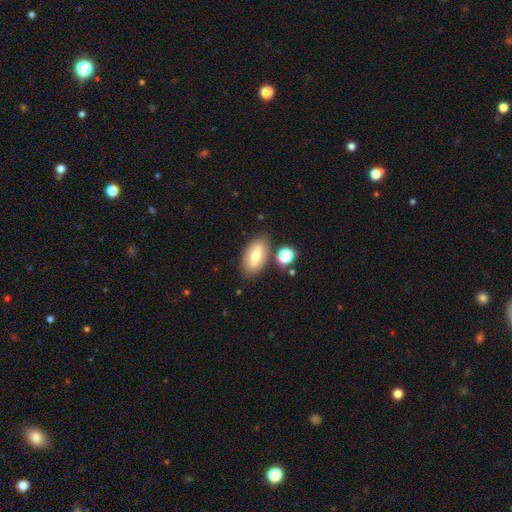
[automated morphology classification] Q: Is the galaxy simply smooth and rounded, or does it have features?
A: smooth — 64%.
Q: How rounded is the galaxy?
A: in between — 88%.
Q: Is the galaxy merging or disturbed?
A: none — 79%.